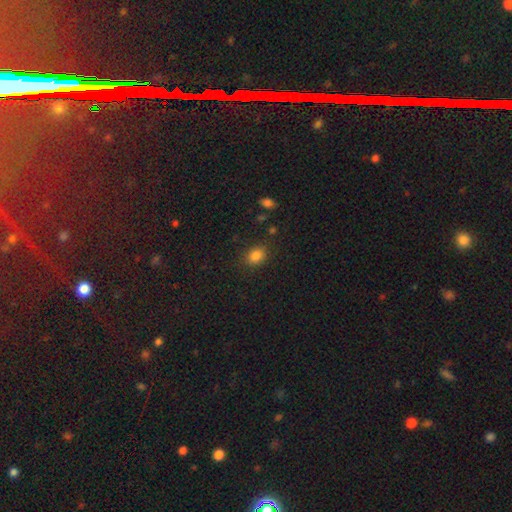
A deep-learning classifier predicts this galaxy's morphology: smooth_or_featured: smooth (p=0.83) [alt: star or artifact p=0.11]
how_rounded: in between (p=0.64) [alt: round p=0.35]
merging: none (p=0.83) [alt: minor disturbance p=0.11]